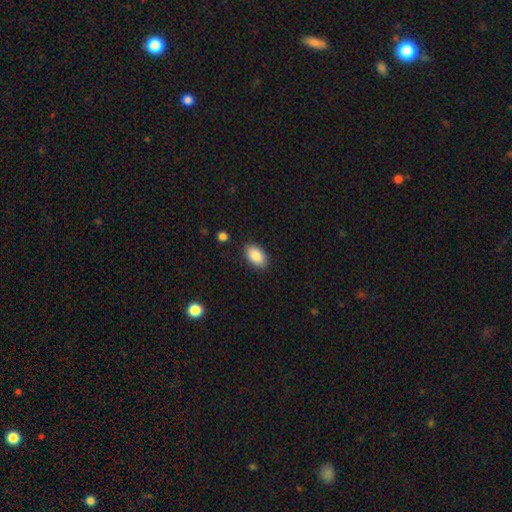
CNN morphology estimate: This appears to be a smooth galaxy with no disk features (89%) that is in between round and cigar-shaped (93%). Merging: none (87%).